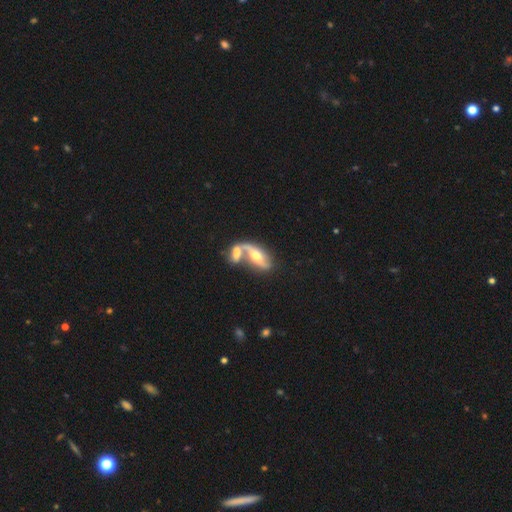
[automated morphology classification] Smooth or featured?
  - featured or disk: 64% *
  - smooth: 29%
  - star or artifact: 7%
Edge-on disk?
  - no: 71% *
  - yes: 29%
Merging?
  - merger: 62% *
  - none: 24%
  - minor disturbance: 8%
  - major disturbance: 6%